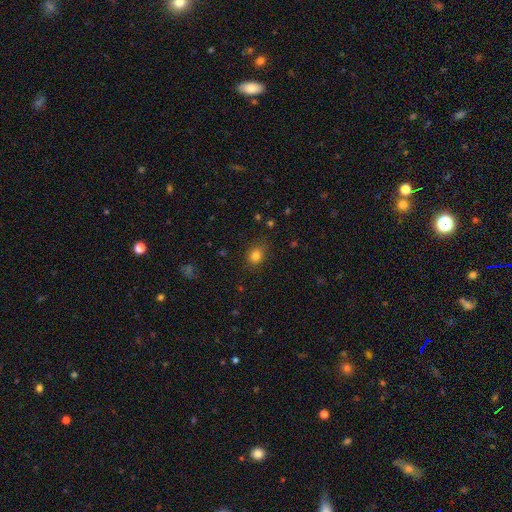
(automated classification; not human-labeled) Smooth or featured?
  - smooth: 81% *
  - star or artifact: 13%
  - featured or disk: 5%
How rounded?
  - round: 65% *
  - in between: 34%
  - cigar-shaped: 1%
Merging?
  - none: 81% *
  - minor disturbance: 14%
  - major disturbance: 4%
  - merger: 1%